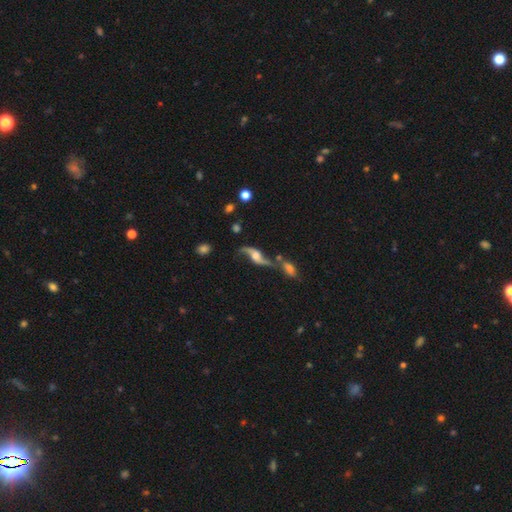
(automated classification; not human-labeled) smooth_or_featured: featured or disk (p=0.84) [alt: smooth p=0.09]
disk_edge_on: no (p=0.86) [alt: yes p=0.14]
bar: no (p=0.60) [alt: weak p=0.30]
has_spiral_arms: yes (p=0.94) [alt: no p=0.06]
spiral_winding: loose (p=0.91) [alt: medium p=0.07]
spiral_arm_count: 2 (p=0.93) [alt: 1 p=0.03]
bulge_size: moderate (p=0.49) [alt: large p=0.25]
merging: none (p=0.43) [alt: merger p=0.31]